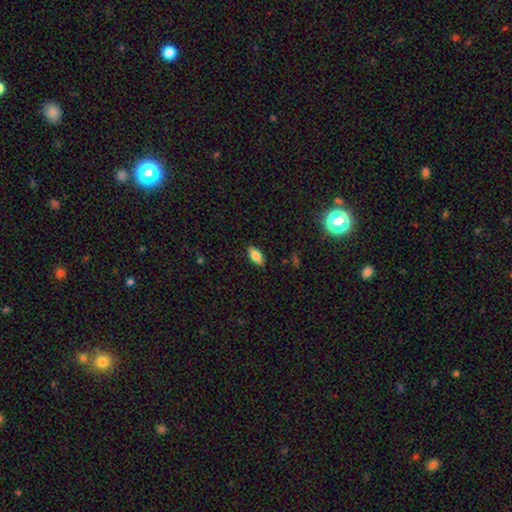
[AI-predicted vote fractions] This appears to be a smooth galaxy with no disk features (81%) that is in between round and cigar-shaped (87%). Merging: none (87%).